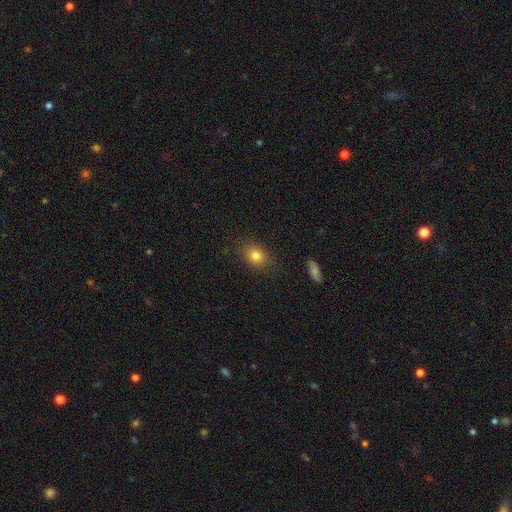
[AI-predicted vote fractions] A smooth galaxy with no disk features (80%) that is in between round and cigar-shaped (53%).

Vote fractions:
- Smooth or featured? smooth: 80% / star or artifact: 11% / featured or disk: 8%
- How rounded? in between: 53% / round: 45% / cigar-shaped: 2%
- Merging? none: 83% / minor disturbance: 12% / major disturbance: 3% / merger: 2%